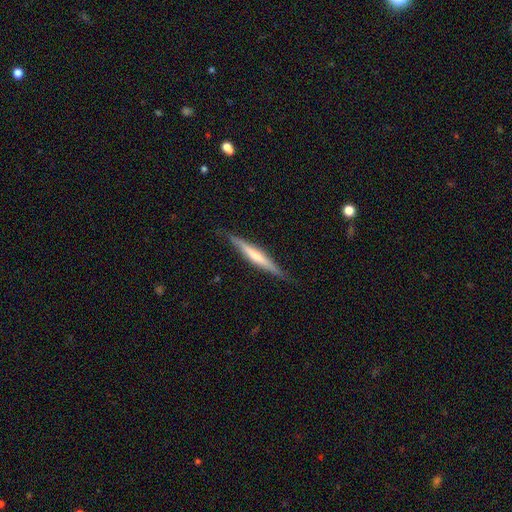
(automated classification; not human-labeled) Smooth or featured? featured or disk (55%)
Edge-on disk? yes (96%)
Edge-on bulge? none (48%)
Merging? none (86%)